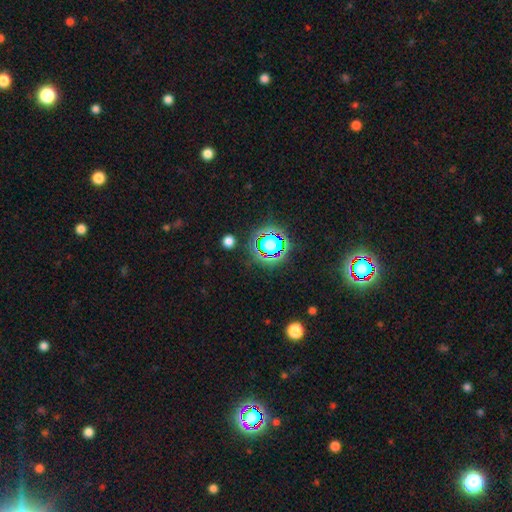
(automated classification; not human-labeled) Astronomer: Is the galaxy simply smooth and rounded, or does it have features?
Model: star or artifact — 80%.